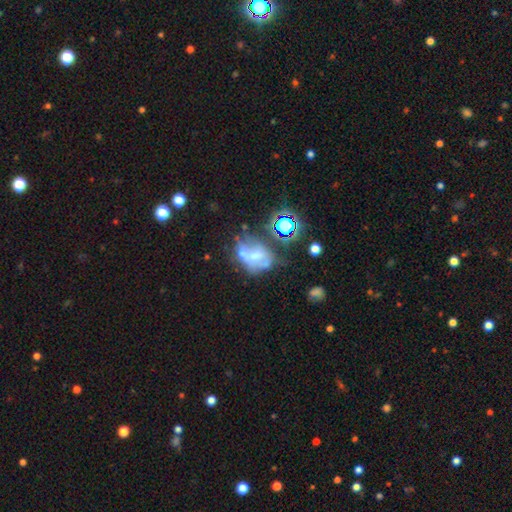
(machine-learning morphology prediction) Smooth or featured?
  - featured or disk: 45% *
  - smooth: 31%
  - star or artifact: 24%
Merging?
  - merger: 32% *
  - none: 31%
  - major disturbance: 19%
  - minor disturbance: 19%